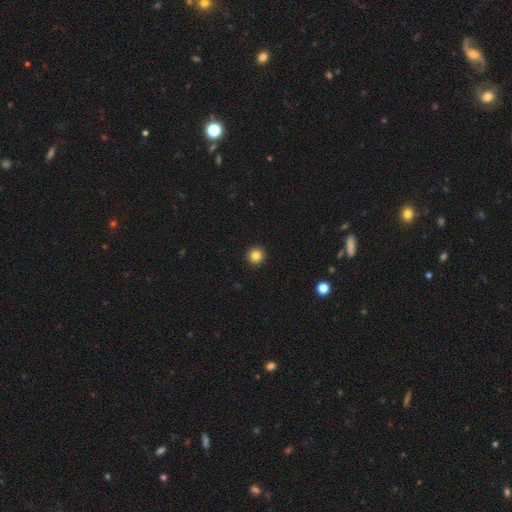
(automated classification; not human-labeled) A smooth galaxy with no disk features (84%) that is round (96%).

Vote fractions:
- Smooth or featured? smooth: 84% / star or artifact: 11% / featured or disk: 5%
- How rounded? round: 96% / in between: 3% / cigar-shaped: 1%
- Merging? none: 94% / minor disturbance: 4% / major disturbance: 1% / merger: 1%